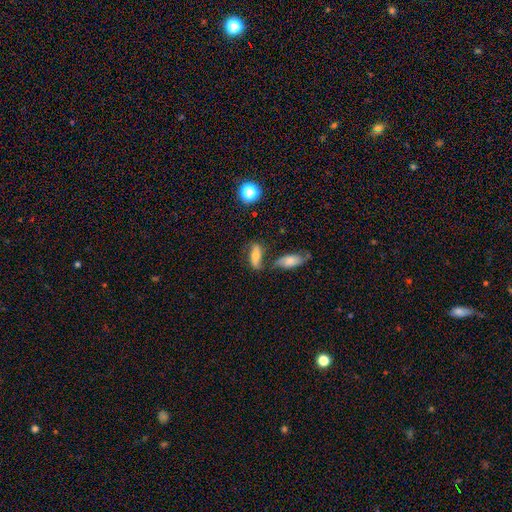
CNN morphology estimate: This appears to be a smooth galaxy with no disk features (58%) that is in between round and cigar-shaped (66%). Merging: none (57%).